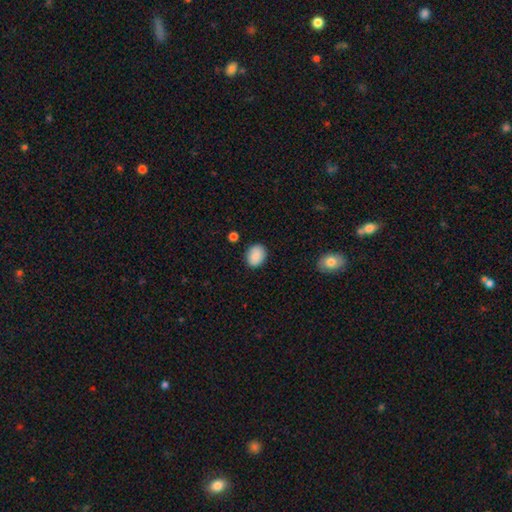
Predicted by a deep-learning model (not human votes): smooth-or-featured: smooth: 86% | star or artifact: 8% | featured or disk: 6%
  how-rounded: round: 52% | in between: 47% | cigar-shaped: 1%
  merging: none: 83% | minor disturbance: 12% | major disturbance: 3% | merger: 2%